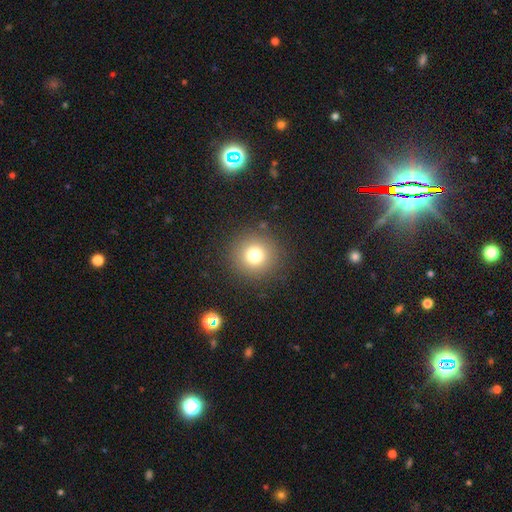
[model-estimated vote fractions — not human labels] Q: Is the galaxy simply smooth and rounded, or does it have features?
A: smooth — 76%.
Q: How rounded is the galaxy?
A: round — 95%.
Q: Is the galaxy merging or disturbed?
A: none — 90%.